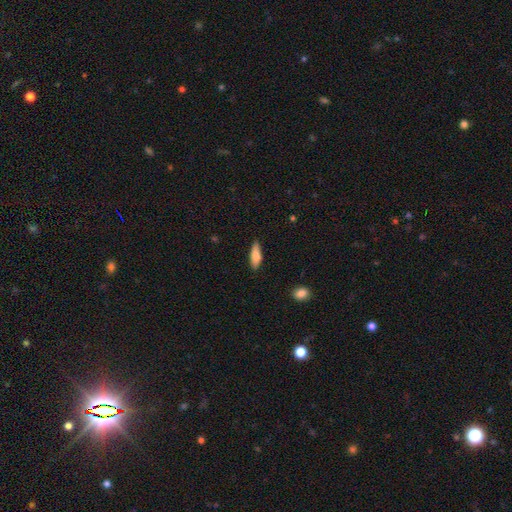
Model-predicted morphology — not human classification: smooth_or_featured: smooth (p=0.77) [alt: featured or disk p=0.16]
how_rounded: in between (p=0.50) [alt: cigar-shaped p=0.48]
merging: none (p=0.84) [alt: minor disturbance p=0.13]